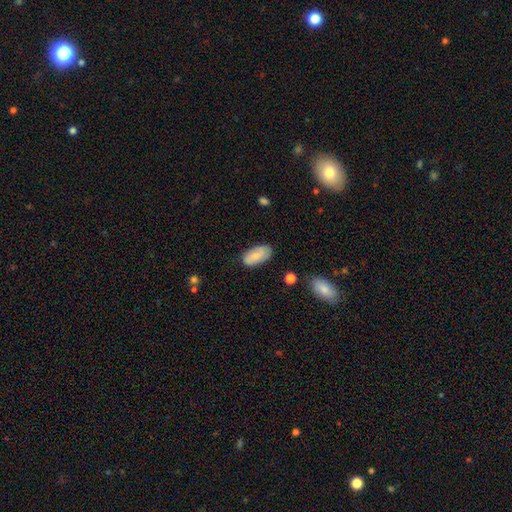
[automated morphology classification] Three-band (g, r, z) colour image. It shows a smooth galaxy with no disk features (77%) that is in between round and cigar-shaped (94%). Merging: none (78%).